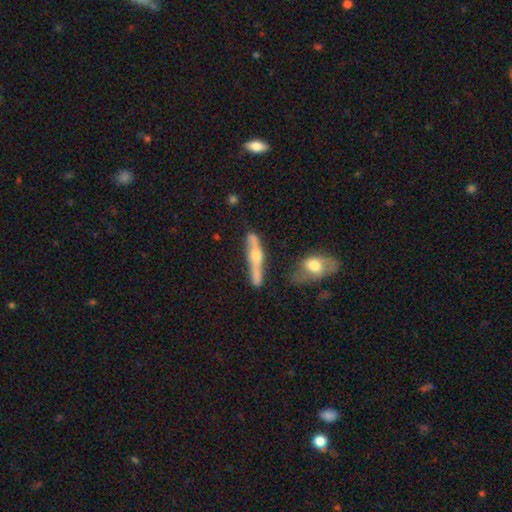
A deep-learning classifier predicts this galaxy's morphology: The model was most divided on "smooth or featured": featured or disk: 68%, smooth: 26%, star or artifact: 6%. More confident: edge-on bulge — rounded (91%); edge-on disk — yes (90%); merging — none (69%).